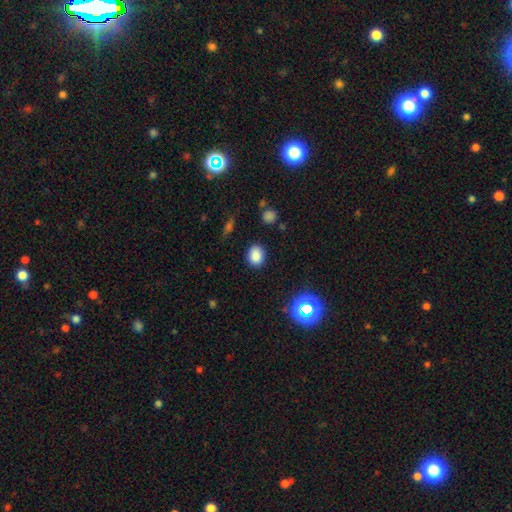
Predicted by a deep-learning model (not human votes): A smooth galaxy with no disk features (82%) that is in between round and cigar-shaped (55%).

Vote fractions:
- Smooth or featured? smooth: 82% / star or artifact: 13% / featured or disk: 5%
- How rounded? in between: 55% / round: 44% / cigar-shaped: 1%
- Merging? none: 86% / minor disturbance: 10% / major disturbance: 3% / merger: 2%